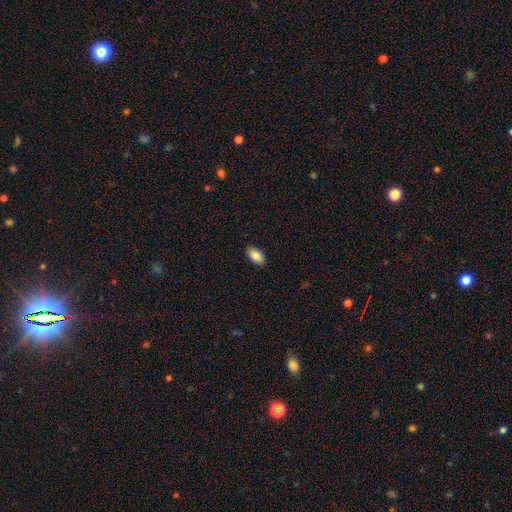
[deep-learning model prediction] Smooth or featured: smooth — 88% (star or artifact — 7%)
How rounded: in between — 94% (round — 4%)
Merging: none — 89% (minor disturbance — 8%)